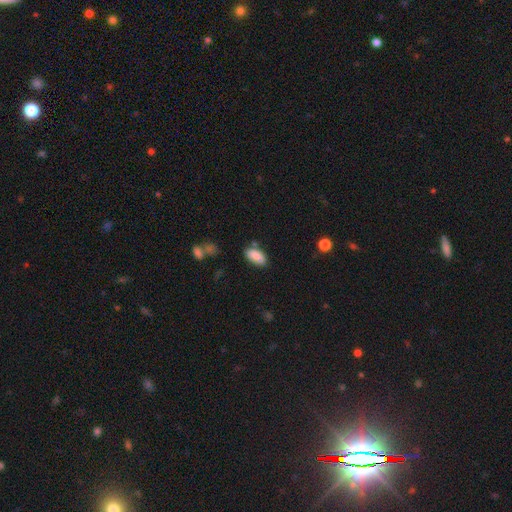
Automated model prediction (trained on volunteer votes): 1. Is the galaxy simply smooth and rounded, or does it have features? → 87% smooth, 7% star or artifact, 6% featured or disk.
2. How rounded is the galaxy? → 92% in between, 5% cigar-shaped, 3% round.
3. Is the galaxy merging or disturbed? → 76% none, 15% minor disturbance, 6% merger, 3% major disturbance.